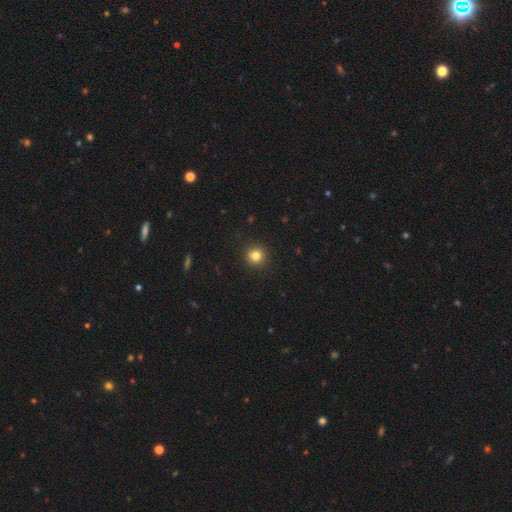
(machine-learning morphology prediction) smooth 81%, star or artifact 13%, featured or disk 6%. Down the decision tree: how rounded — round (92%); merging — none (91%).